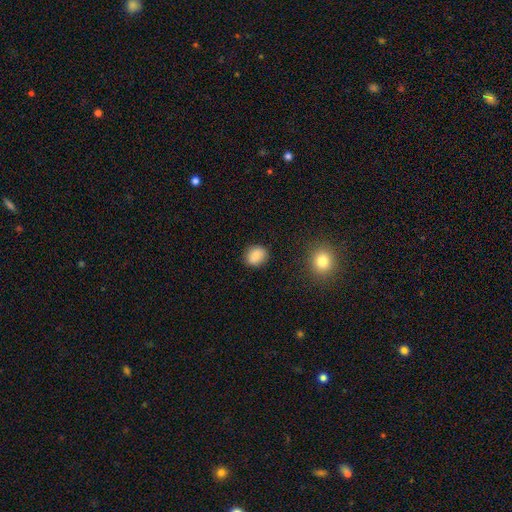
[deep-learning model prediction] Smooth or featured? Predicted: smooth (p=0.85). How rounded? Predicted: round (p=0.63). Merging? Predicted: none (p=0.85).